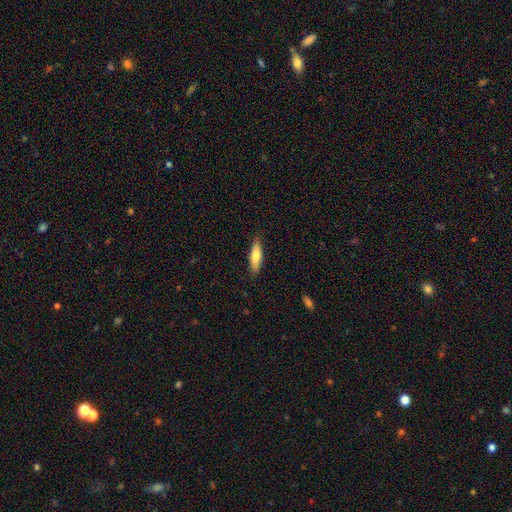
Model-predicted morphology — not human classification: This appears to be a smooth galaxy with no disk features (70%) that is cigar-shaped (63%). Merging: none (87%).